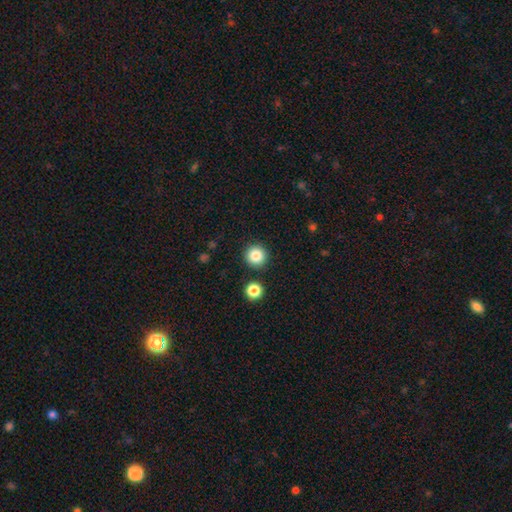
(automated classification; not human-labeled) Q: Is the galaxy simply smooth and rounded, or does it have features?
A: smooth — 85%.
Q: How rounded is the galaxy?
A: round — 96%.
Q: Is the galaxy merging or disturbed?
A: none — 90%.